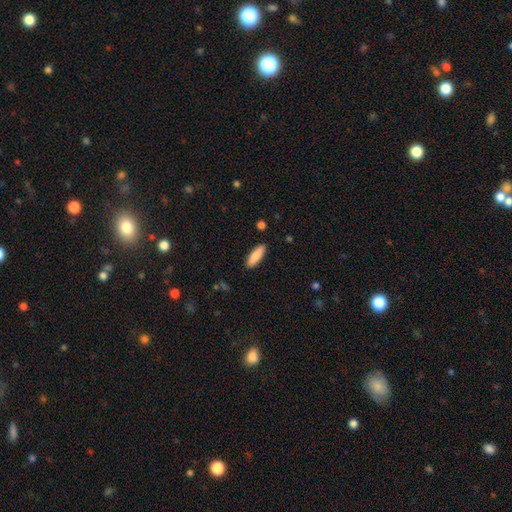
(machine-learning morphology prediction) This appears to be a smooth galaxy with no disk features (85%) that is in between round and cigar-shaped (51%). Merging: none (89%).